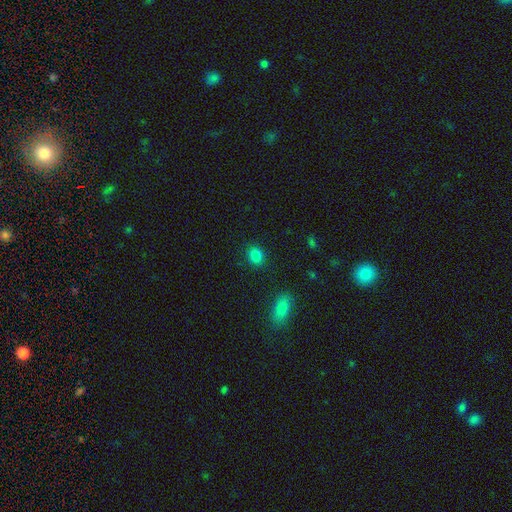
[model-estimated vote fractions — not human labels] Morphology: type=smooth (84%); roundness=round (68%); merging=none (88%).